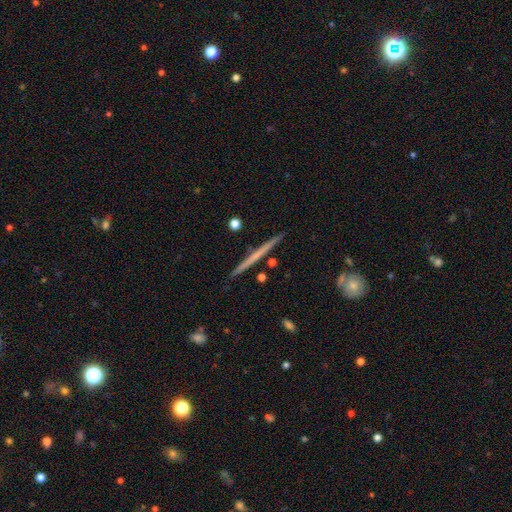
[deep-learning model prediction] This is likely a featured or disk galaxy (60%). It is clearly viewed edge-on (98%). Edge-on bulge: clearly none (85%). Merging: clearly none (92%).